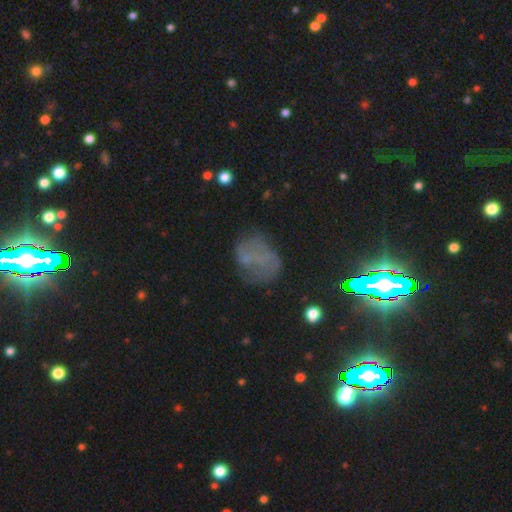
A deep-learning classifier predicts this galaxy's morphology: Smooth or featured?
  - star or artifact: 36% *
  - featured or disk: 33%
  - smooth: 31%